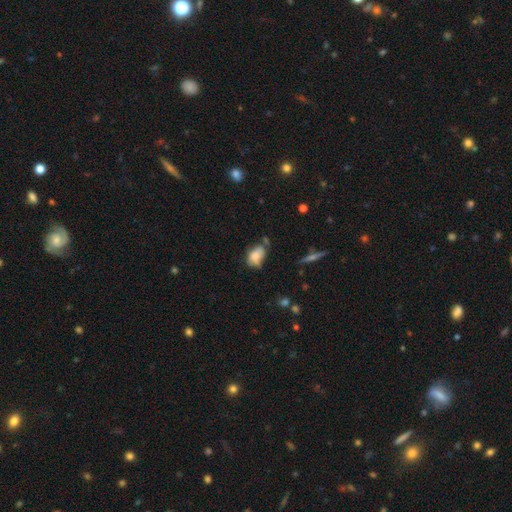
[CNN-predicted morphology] Smooth or featured? smooth (72%)
How rounded? in between (85%)
Merging? none (40%)